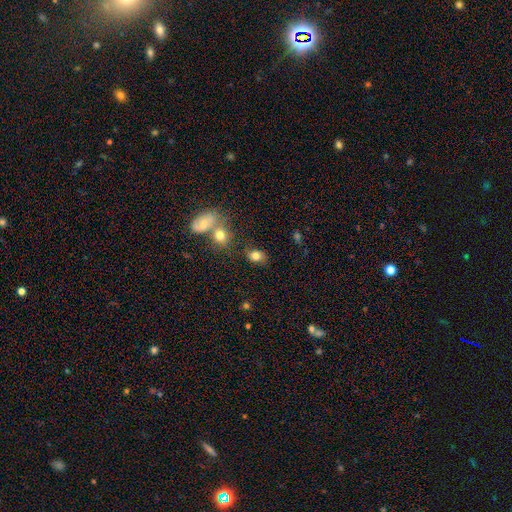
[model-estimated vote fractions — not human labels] smooth_or_featured: smooth (p=0.79) [alt: star or artifact p=0.11]
how_rounded: in between (p=0.72) [alt: round p=0.26]
merging: none (p=0.69) [alt: minor disturbance p=0.15]